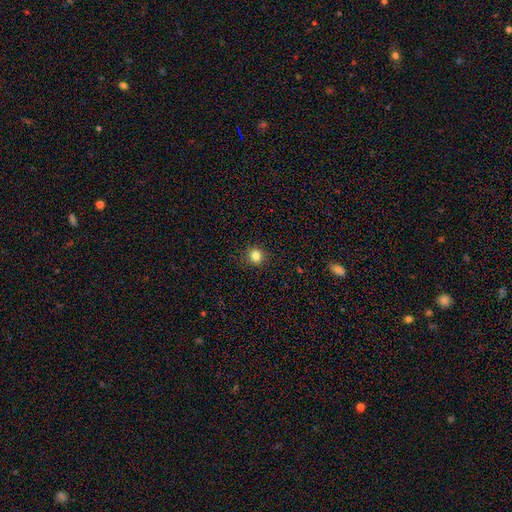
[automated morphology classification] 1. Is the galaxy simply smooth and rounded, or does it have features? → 82% smooth, 13% star or artifact, 5% featured or disk.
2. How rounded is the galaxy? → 87% round, 12% in between, 1% cigar-shaped.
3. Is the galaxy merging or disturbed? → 90% none, 7% minor disturbance, 2% major disturbance, 1% merger.